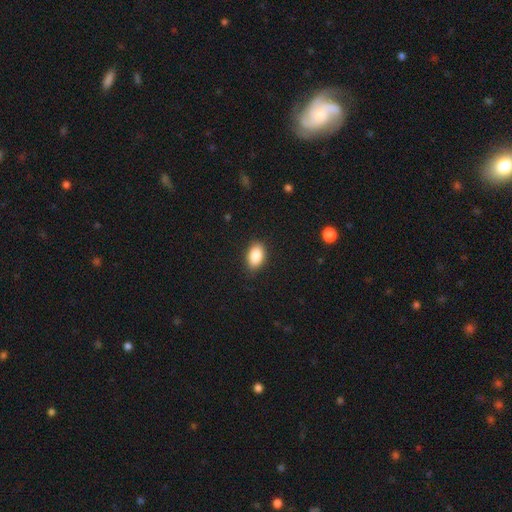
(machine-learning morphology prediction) smooth-or-featured: smooth: 88% | star or artifact: 8% | featured or disk: 5%
  how-rounded: in between: 90% | round: 9% | cigar-shaped: 2%
  merging: none: 86% | minor disturbance: 11% | major disturbance: 2% | merger: 1%